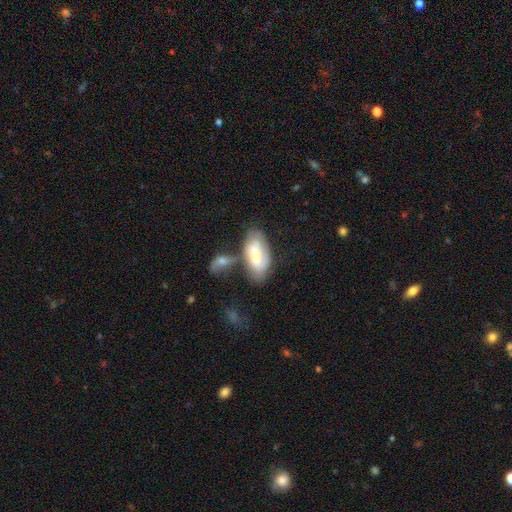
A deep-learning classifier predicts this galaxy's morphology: smooth 47% (tied), featured or disk 47% (tied), star or artifact 7%. Down the decision tree: merging — none (47%).